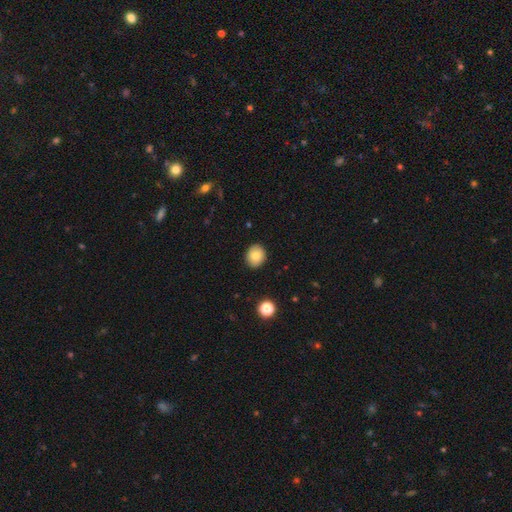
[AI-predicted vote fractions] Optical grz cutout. It shows a smooth galaxy with no disk features (82%) that is round (68%). Merging: none (89%).